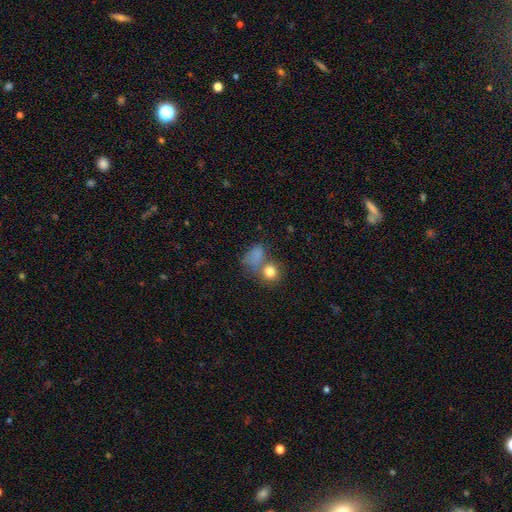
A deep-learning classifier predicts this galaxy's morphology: The model was most divided on "merging" (2-way tie): merger: 36%, none: 36%, minor disturbance: 15%, major disturbance: 13%. More confident: smooth or featured — smooth (75%); how rounded — in between (56%).